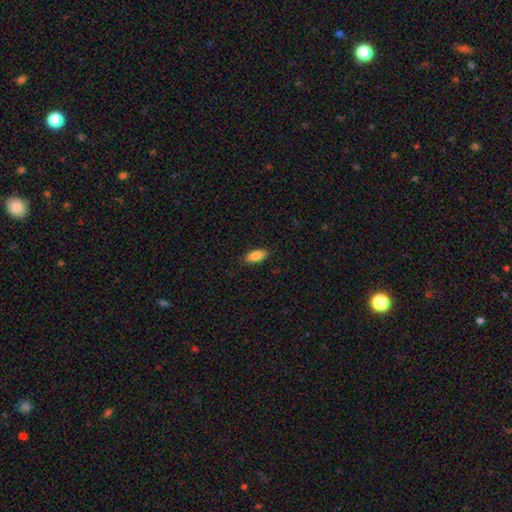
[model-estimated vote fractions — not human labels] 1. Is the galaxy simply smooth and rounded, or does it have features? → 87% smooth, 7% star or artifact, 6% featured or disk.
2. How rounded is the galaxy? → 88% in between, 10% cigar-shaped, 2% round.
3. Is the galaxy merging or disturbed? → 86% none, 11% minor disturbance, 2% major disturbance, 1% merger.